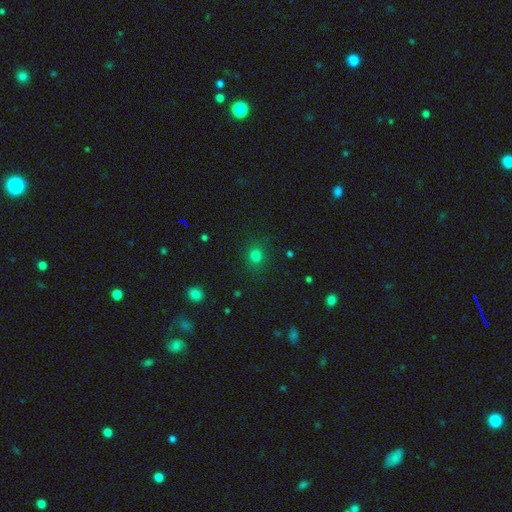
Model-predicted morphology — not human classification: smooth-or-featured: smooth: 78% | star or artifact: 17% | featured or disk: 5%
  how-rounded: round: 89% | in between: 10% | cigar-shaped: 1%
  merging: none: 86% | minor disturbance: 9% | major disturbance: 3% | merger: 1%